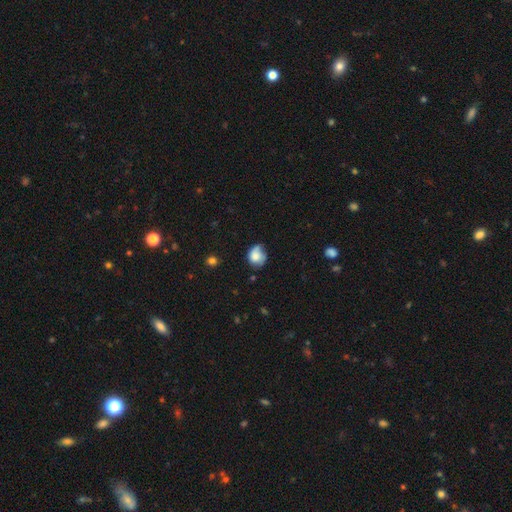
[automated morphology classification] A smooth galaxy with no disk features (71%) that is round (61%).

Vote fractions:
- Smooth or featured? smooth: 71% / featured or disk: 20% / star or artifact: 9%
- How rounded? round: 61% / in between: 38% / cigar-shaped: 1%
- Merging? none: 44% / minor disturbance: 39% / major disturbance: 13% / merger: 4%